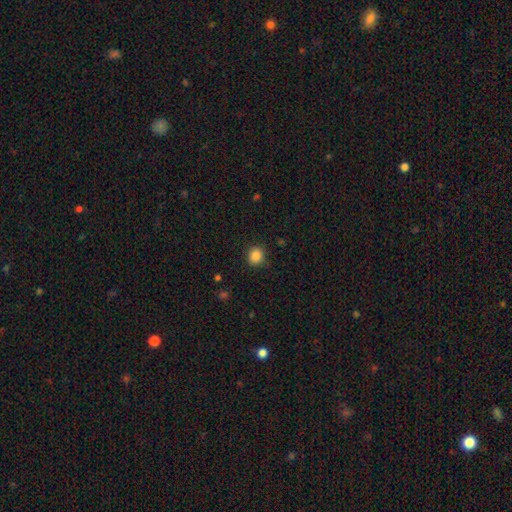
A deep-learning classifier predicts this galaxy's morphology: A smooth galaxy with no disk features (87%) that is round (78%). Merging: none (88%).